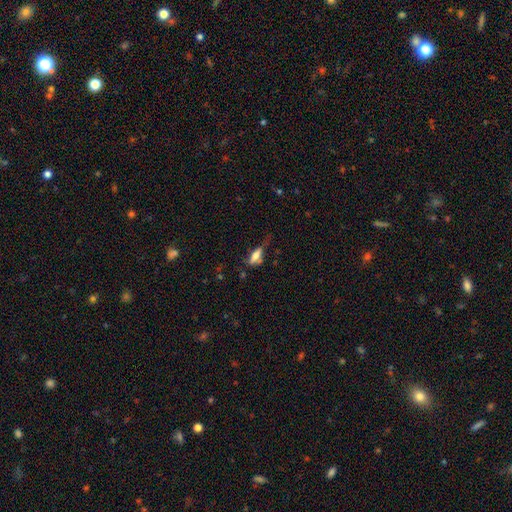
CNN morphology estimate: smooth_or_featured: smooth (p=0.59) [alt: featured or disk p=0.32]
how_rounded: in between (p=0.61) [alt: cigar-shaped p=0.35]
merging: none (p=0.38) [alt: minor disturbance p=0.30]